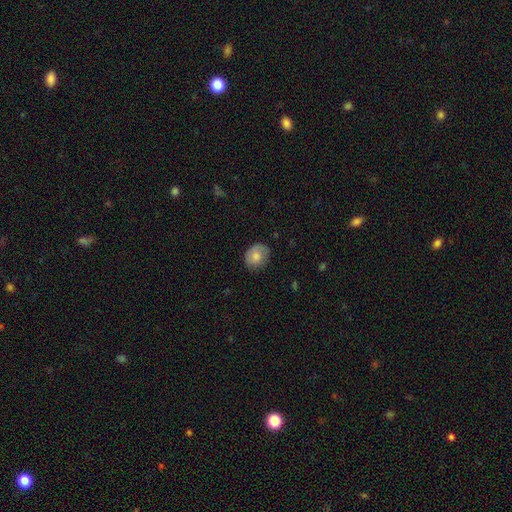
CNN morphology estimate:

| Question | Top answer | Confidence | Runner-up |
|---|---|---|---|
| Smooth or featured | smooth | 75% | featured or disk (17%) |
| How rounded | round | 59% | in between (40%) |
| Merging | none | 73% | minor disturbance (21%) |